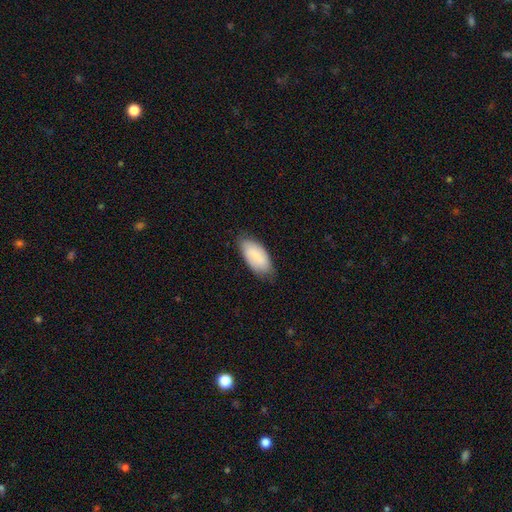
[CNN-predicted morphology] Q: Smooth or featured?
A: smooth (79%); runner-up: featured or disk (15%)
Q: How rounded?
A: in between (92%); runner-up: cigar-shaped (6%)
Q: Merging?
A: none (73%); runner-up: minor disturbance (22%)